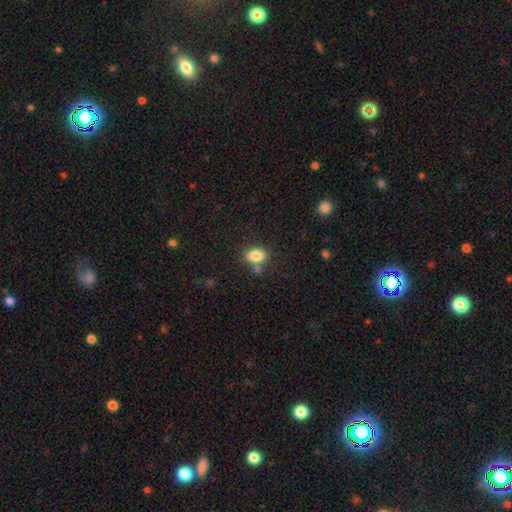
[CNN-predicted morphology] Smooth or featured?
  - smooth: 84% *
  - star or artifact: 9%
  - featured or disk: 7%
How rounded?
  - in between: 79% *
  - round: 20%
  - cigar-shaped: 1%
Merging?
  - none: 68% *
  - merger: 15%
  - minor disturbance: 13%
  - major disturbance: 4%